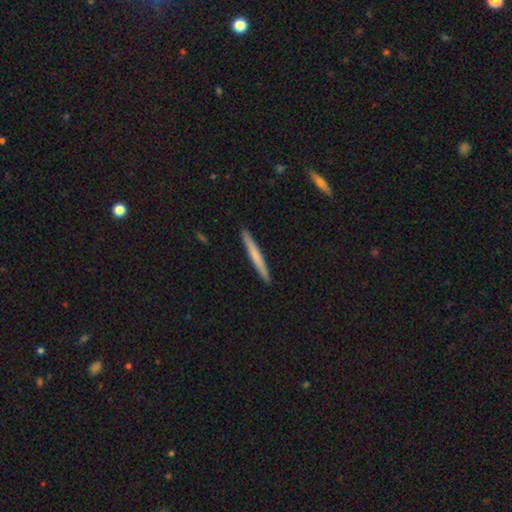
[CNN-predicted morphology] Smooth or featured?
  - smooth: 63% *
  - featured or disk: 31%
  - star or artifact: 5%
How rounded?
  - cigar-shaped: 97% *
  - in between: 2%
  - round: 1%
Merging?
  - none: 92% *
  - minor disturbance: 5%
  - major disturbance: 1%
  - merger: 1%